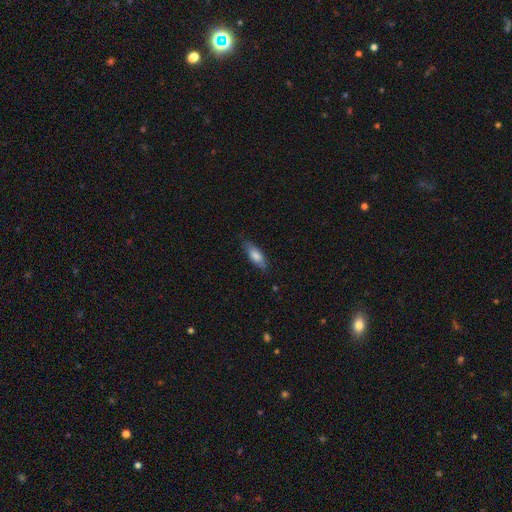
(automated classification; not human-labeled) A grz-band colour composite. It shows a smooth galaxy with no disk features (77%) that is in between round and cigar-shaped (64%). Merging: none (78%).